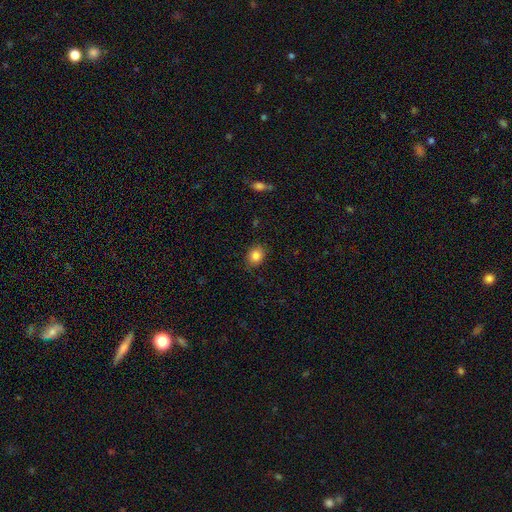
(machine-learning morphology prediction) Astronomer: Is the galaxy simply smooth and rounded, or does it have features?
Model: smooth — 85%.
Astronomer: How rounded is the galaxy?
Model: round — 54% (runner-up: in between, 45%).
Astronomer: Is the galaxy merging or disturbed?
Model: none — 84%.